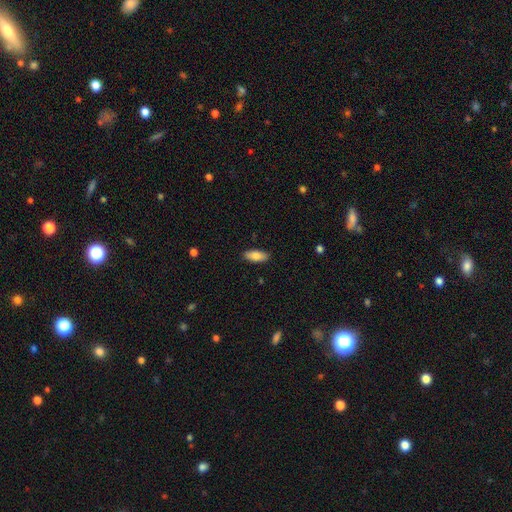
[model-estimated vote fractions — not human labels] A smooth galaxy with no disk features (82%) that is in between round and cigar-shaped (82%). Merging: none (88%).